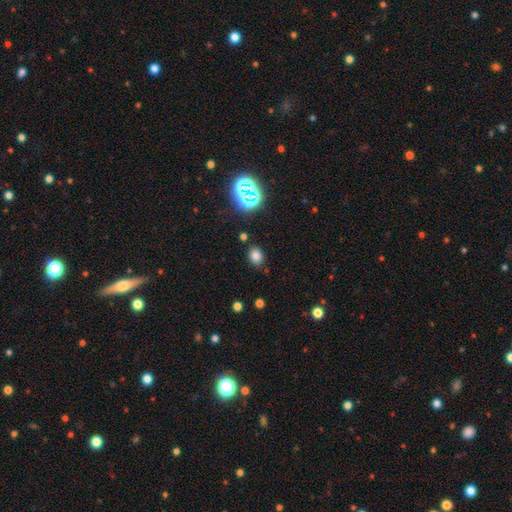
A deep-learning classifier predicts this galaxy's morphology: Smooth or featured?
  - smooth: 74% *
  - star or artifact: 19%
  - featured or disk: 7%
How rounded?
  - in between: 54% *
  - round: 45%
  - cigar-shaped: 1%
Merging?
  - none: 84% *
  - minor disturbance: 10%
  - major disturbance: 3%
  - merger: 3%